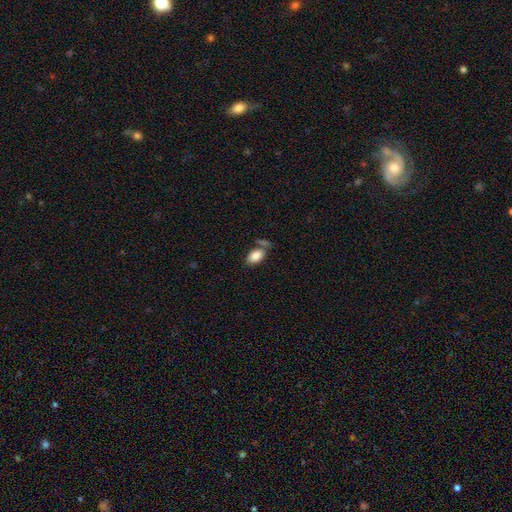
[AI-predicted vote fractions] Smooth or featured: smooth — 85% (featured or disk — 8%)
How rounded: in between — 91% (round — 7%)
Merging: none — 62% (merger — 17%)